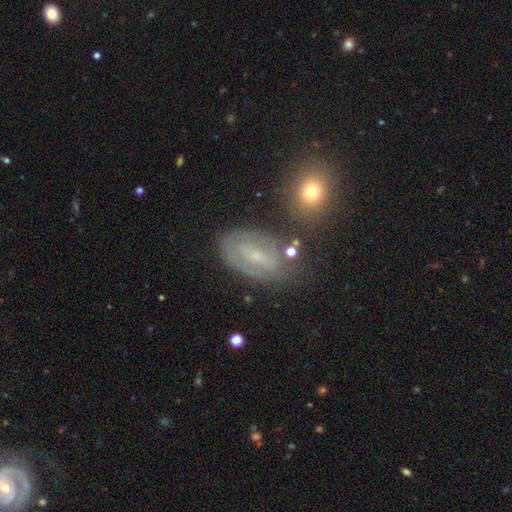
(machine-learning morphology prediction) Smooth or featured? Predicted: featured or disk (p=0.65). Edge-on disk? Predicted: no (p=0.92). Bar? Predicted: weak (p=0.47). Spiral arms? Predicted: yes (p=0.74). Bulge size? Predicted: small (p=0.63). Merging? Predicted: none (p=0.69).